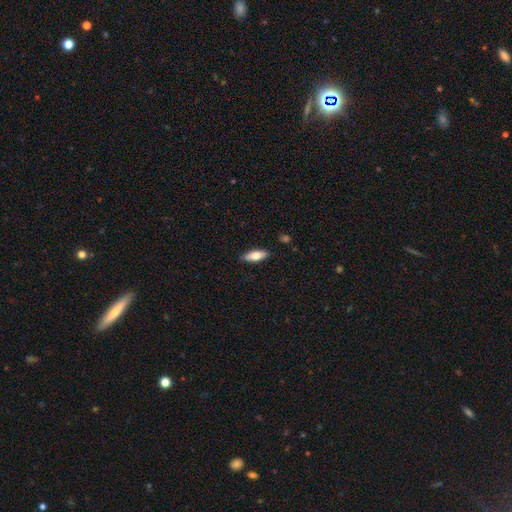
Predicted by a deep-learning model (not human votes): Q: Smooth or featured?
A: smooth (71%); runner-up: featured or disk (23%)
Q: How rounded?
A: in between (69%); runner-up: cigar-shaped (28%)
Q: Merging?
A: none (88%); runner-up: minor disturbance (9%)